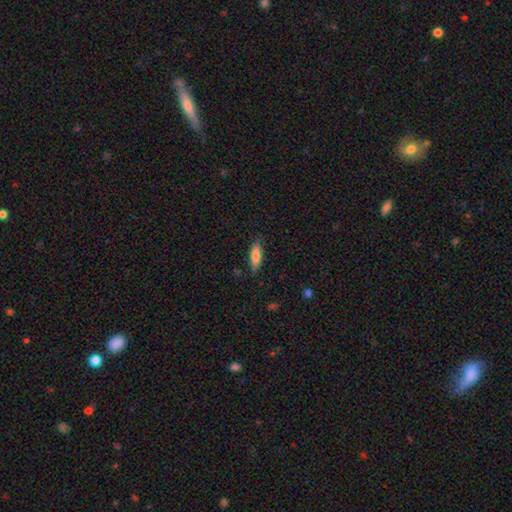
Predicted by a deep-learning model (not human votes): This appears to be a smooth galaxy with no disk features (75%) that is cigar-shaped (59%). Merging: none (81%).